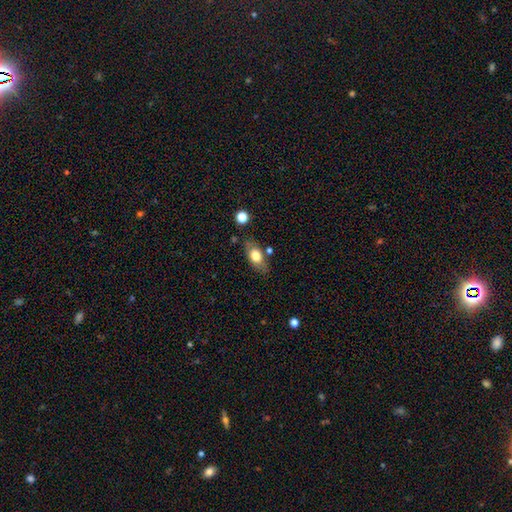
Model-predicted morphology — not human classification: Smooth or featured? Predicted: smooth (p=0.72). How rounded? Predicted: in between (p=0.83). Merging? Predicted: none (p=0.73).